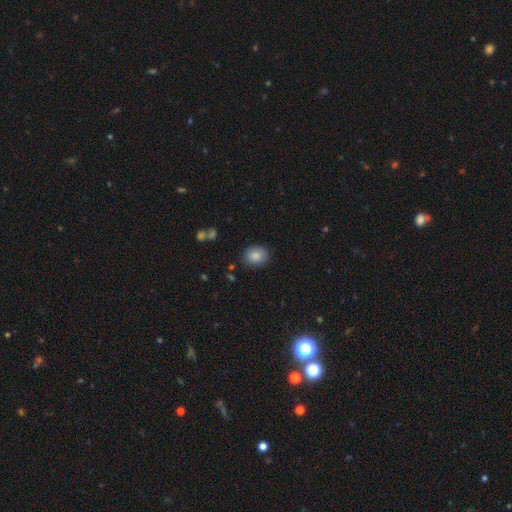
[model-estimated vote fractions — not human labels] A smooth galaxy with no disk features (86%) that is round (51%).

Vote fractions:
- Smooth or featured? smooth: 86% / star or artifact: 8% / featured or disk: 6%
- How rounded? round: 51% / in between: 48% / cigar-shaped: 1%
- Merging? none: 87% / minor disturbance: 9% / major disturbance: 2% / merger: 2%